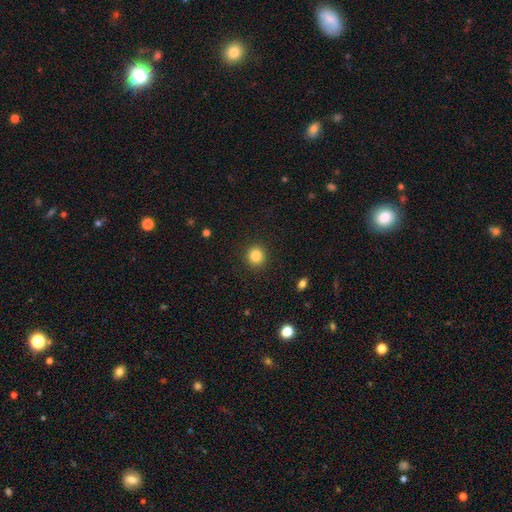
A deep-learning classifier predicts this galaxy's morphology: Smooth or featured? Predicted: smooth (p=0.84). How rounded? Predicted: round (p=0.92). Merging? Predicted: none (p=0.92).